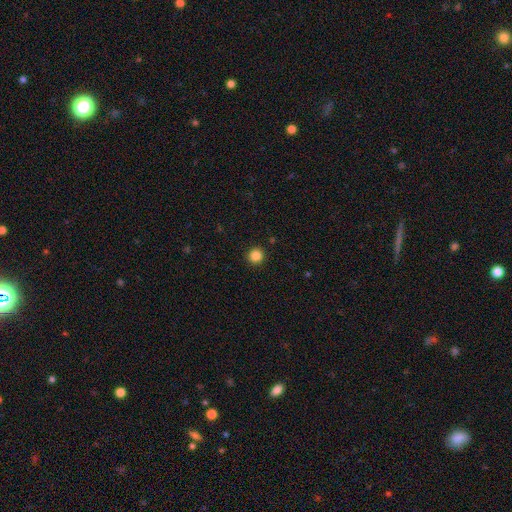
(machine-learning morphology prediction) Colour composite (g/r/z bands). It shows a smooth galaxy with no disk features (85%) that is round (95%). Merging: none (93%).